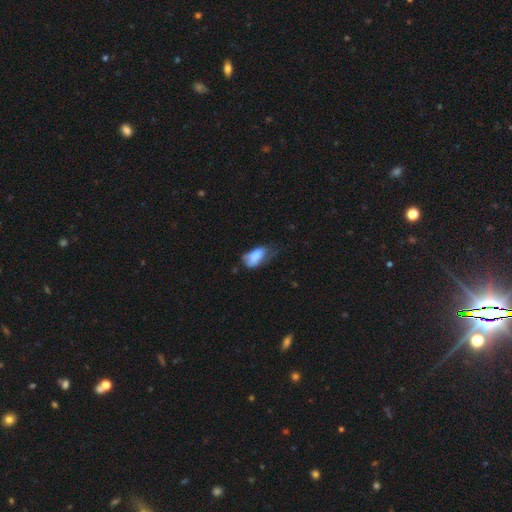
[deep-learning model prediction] Smooth or featured? Predicted: smooth (p=0.70). How rounded? Predicted: in between (p=0.89). Merging? Predicted: minor disturbance (p=0.35).